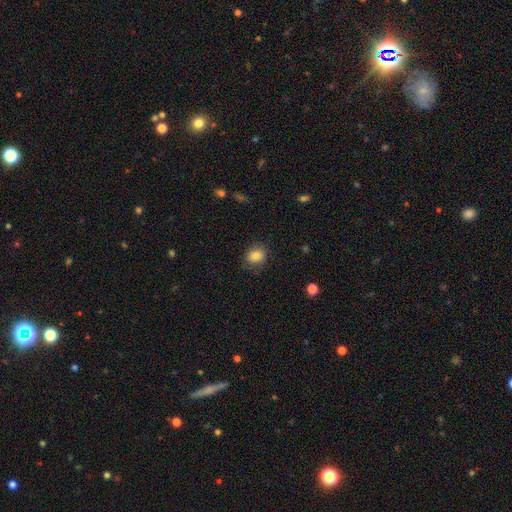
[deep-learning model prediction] A smooth galaxy with no disk features (84%) that is in between round and cigar-shaped (51%). Merging: none (77%).